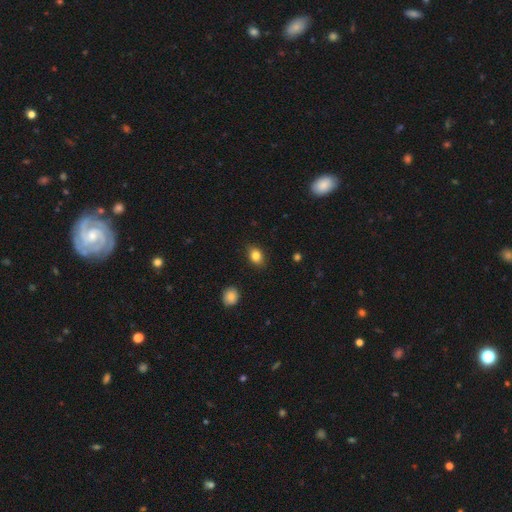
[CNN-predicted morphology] Smooth or featured? smooth (84%)
How rounded? in between (66%)
Merging? none (87%)